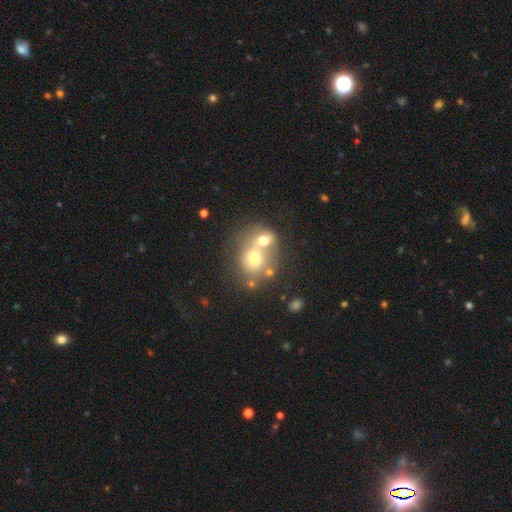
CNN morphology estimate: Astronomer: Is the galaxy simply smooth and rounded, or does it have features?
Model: smooth — 62%.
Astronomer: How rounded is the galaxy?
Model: round — 67%.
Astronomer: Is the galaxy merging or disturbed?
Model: merger — 63%.